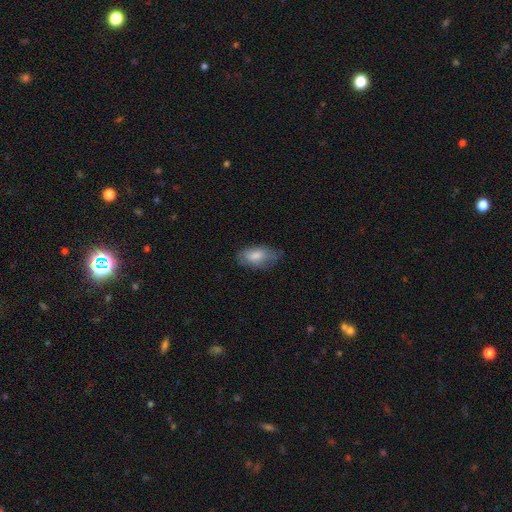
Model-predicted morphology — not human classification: A smooth galaxy with no disk features (76%) that is in between round and cigar-shaped (91%). Merging: none (62%).